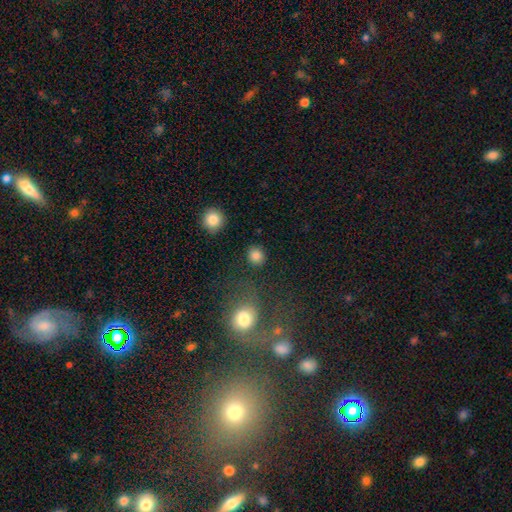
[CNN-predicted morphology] smooth 85%, star or artifact 10%, featured or disk 5%. Down the decision tree: how rounded — round (80%); merging — none (86%).